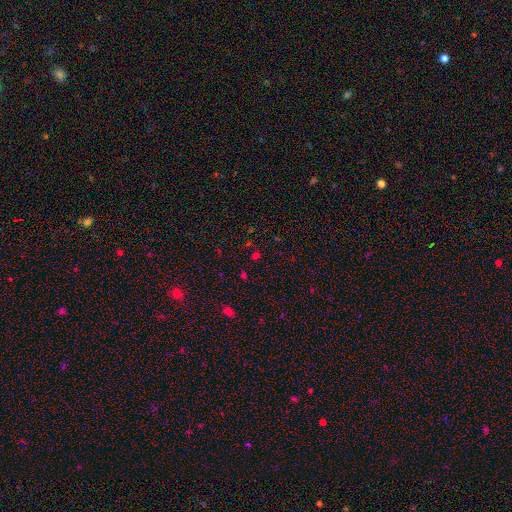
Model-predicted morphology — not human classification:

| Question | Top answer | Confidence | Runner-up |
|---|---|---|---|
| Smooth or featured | smooth | 48% | star or artifact (45%) |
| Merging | none | 74% | minor disturbance (12%) |